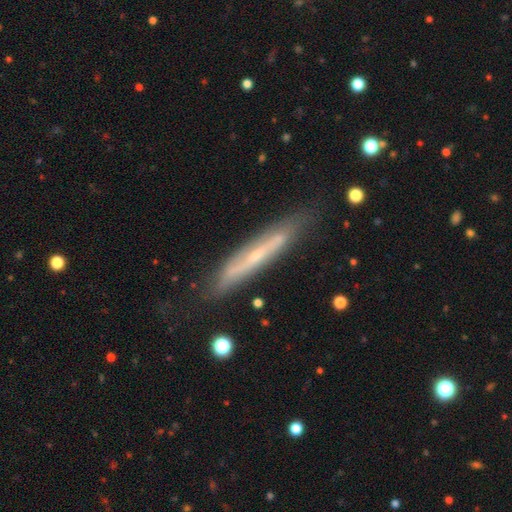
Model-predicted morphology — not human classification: Smooth or featured: featured or disk — 64% (smooth — 29%)
Edge-on disk: yes — 80% (no — 20%)
Edge-on bulge: rounded — 49% (none — 47%)
Merging: none — 78% (minor disturbance — 16%)